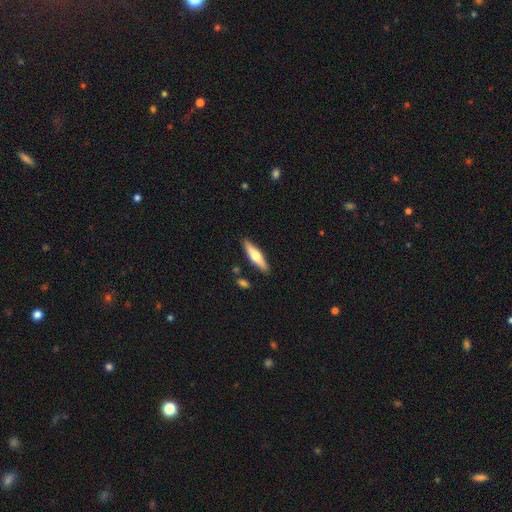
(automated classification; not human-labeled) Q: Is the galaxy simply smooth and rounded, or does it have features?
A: smooth — 48%.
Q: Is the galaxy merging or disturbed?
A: none — 86%.